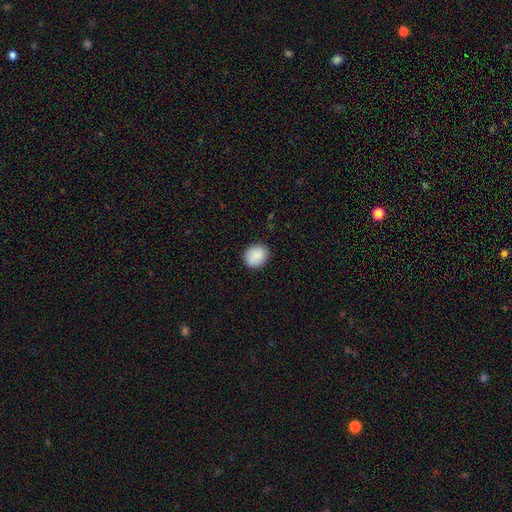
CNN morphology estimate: Overall: smooth (89%). How rounded: round (64%; in between 35%). Merging: none (87%).